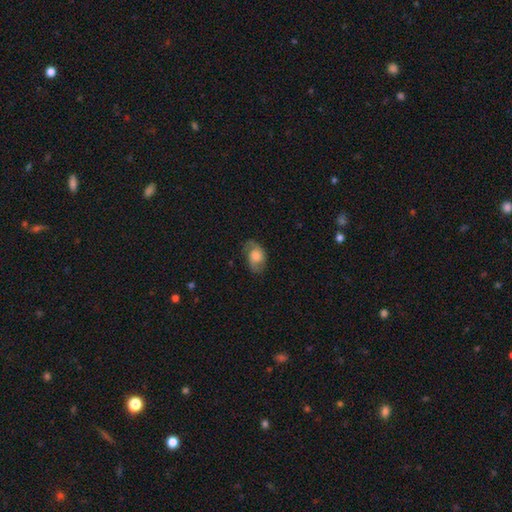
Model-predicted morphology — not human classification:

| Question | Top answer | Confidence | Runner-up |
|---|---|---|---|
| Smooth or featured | featured or disk | 47% | smooth (45%) |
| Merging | none | 66% | minor disturbance (22%) |